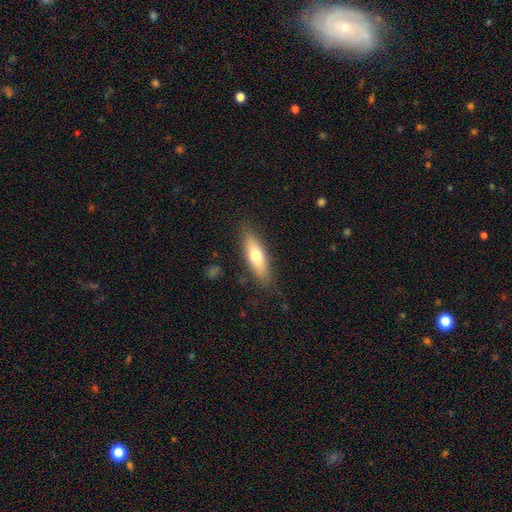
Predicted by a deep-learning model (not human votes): Q: Smooth or featured?
A: smooth (68%); runner-up: featured or disk (25%)
Q: How rounded?
A: in between (52%); runner-up: cigar-shaped (45%)
Q: Merging?
A: none (83%); runner-up: minor disturbance (13%)